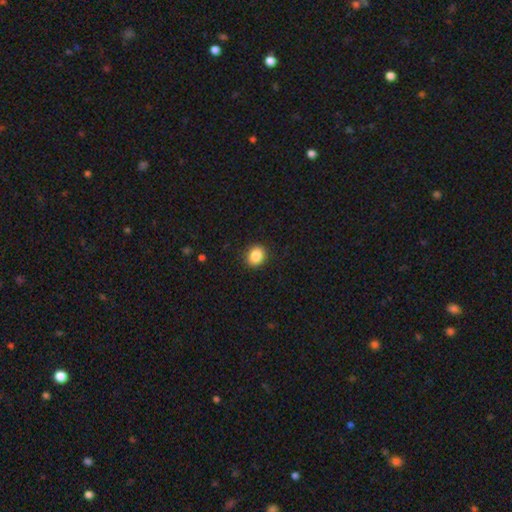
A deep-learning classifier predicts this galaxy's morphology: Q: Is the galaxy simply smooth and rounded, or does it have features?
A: smooth — 85%.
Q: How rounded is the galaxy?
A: round — 72%.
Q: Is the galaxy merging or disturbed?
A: none — 90%.